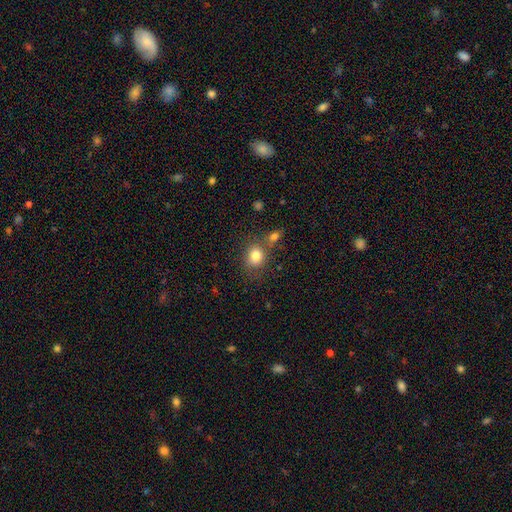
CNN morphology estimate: This appears to be a smooth galaxy with no disk features (82%) that is round (64%). Merging: none (61%).